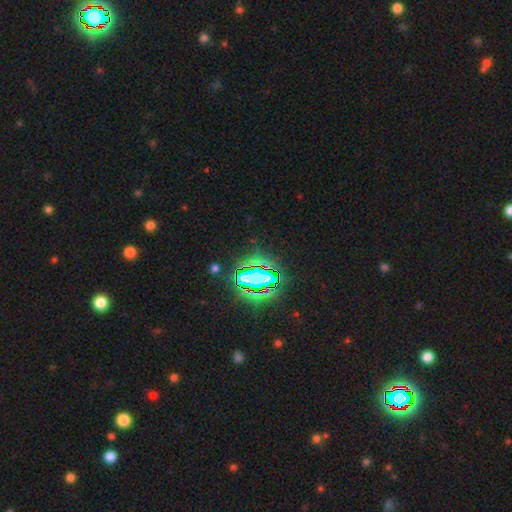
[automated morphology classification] star or artifact 77%, smooth 13%, featured or disk 9%.